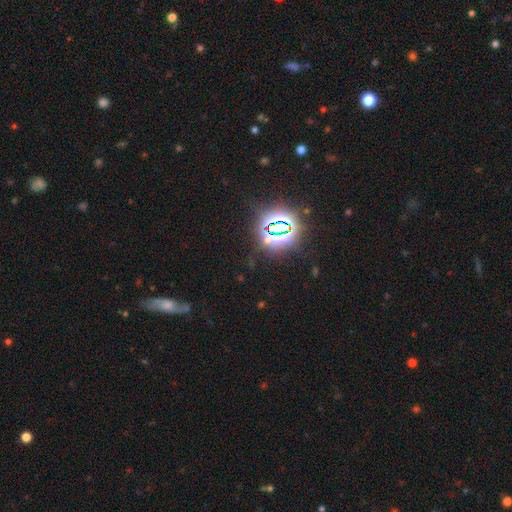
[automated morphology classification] This is likely a star or artifact rather than a galaxy (77%).